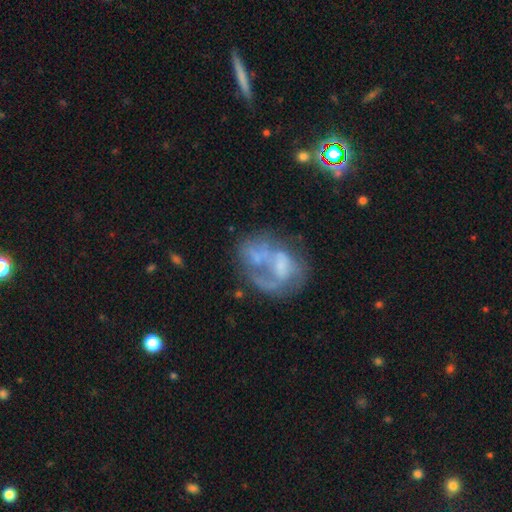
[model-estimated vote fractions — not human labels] Smooth or featured: featured or disk — 61% (smooth — 27%)
Edge-on disk: no — 98% (yes — 2%)
Bar: no — 78% (weak — 17%)
Spiral arms: no — 74% (yes — 26%)
Bulge size: none — 51% (small — 24%)
Merging: major disturbance — 34% (none — 26%)